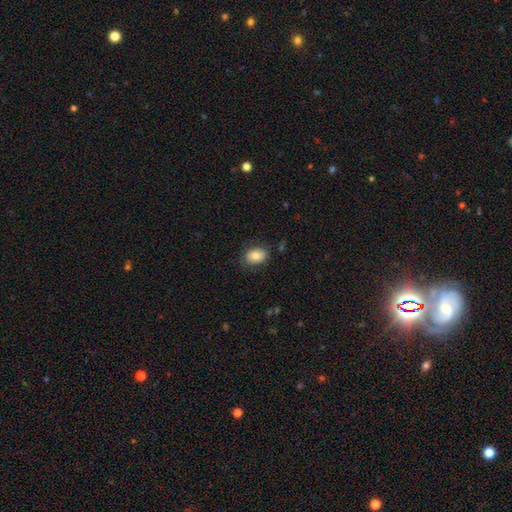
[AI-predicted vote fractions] A smooth galaxy with no disk features (77%) that is in between round and cigar-shaped (73%). Merging: none (80%).